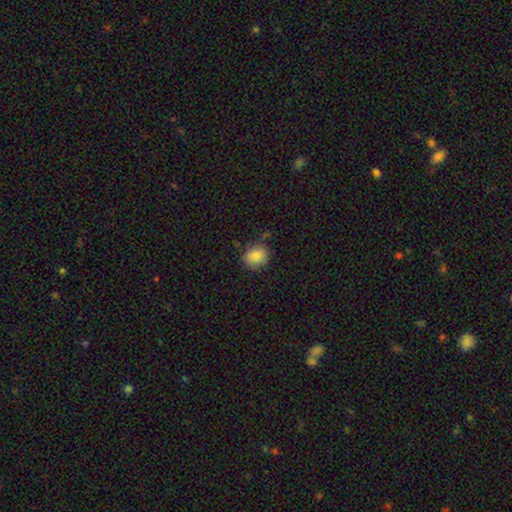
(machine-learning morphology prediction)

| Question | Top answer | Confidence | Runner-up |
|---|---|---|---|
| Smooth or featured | smooth | 84% | star or artifact (9%) |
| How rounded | round | 63% | in between (36%) |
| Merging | none | 79% | minor disturbance (15%) |